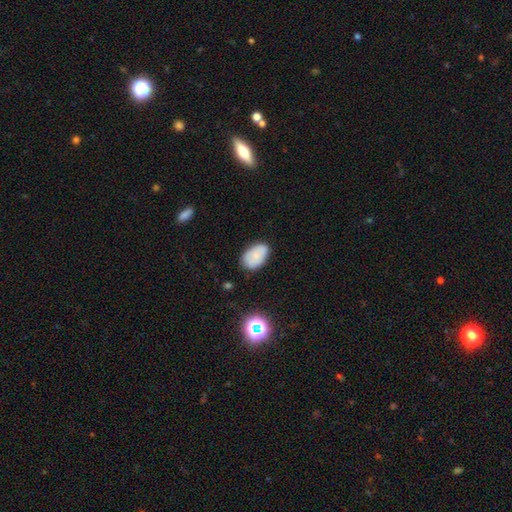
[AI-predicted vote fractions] Smooth or featured? Predicted: smooth (p=0.75). How rounded? Predicted: in between (p=0.90). Merging? Predicted: none (p=0.76).